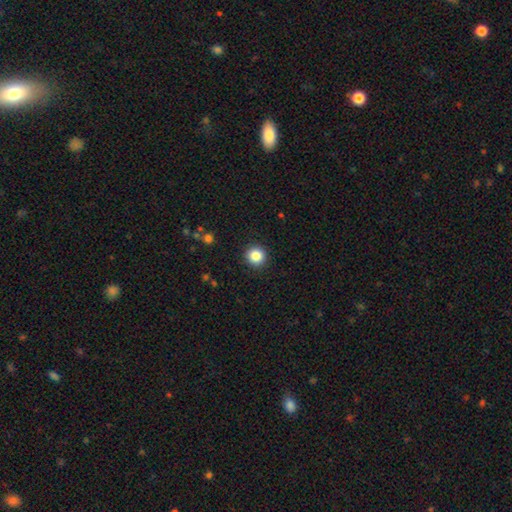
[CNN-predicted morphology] Smooth or featured?
  - smooth: 85% *
  - star or artifact: 10%
  - featured or disk: 4%
How rounded?
  - round: 95% *
  - in between: 4%
  - cigar-shaped: 1%
Merging?
  - none: 92% *
  - minor disturbance: 5%
  - major disturbance: 2%
  - merger: 1%